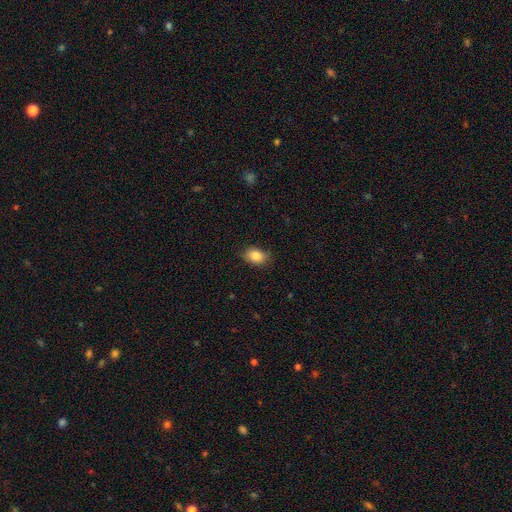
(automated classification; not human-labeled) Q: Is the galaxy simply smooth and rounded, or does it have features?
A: smooth — 86%.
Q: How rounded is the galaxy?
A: in between — 78%.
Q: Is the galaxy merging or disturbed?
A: none — 81%.